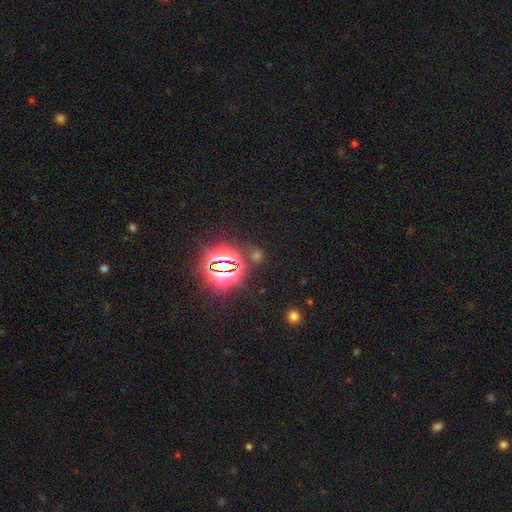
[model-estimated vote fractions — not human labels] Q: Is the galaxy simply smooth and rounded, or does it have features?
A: star or artifact — 70%.